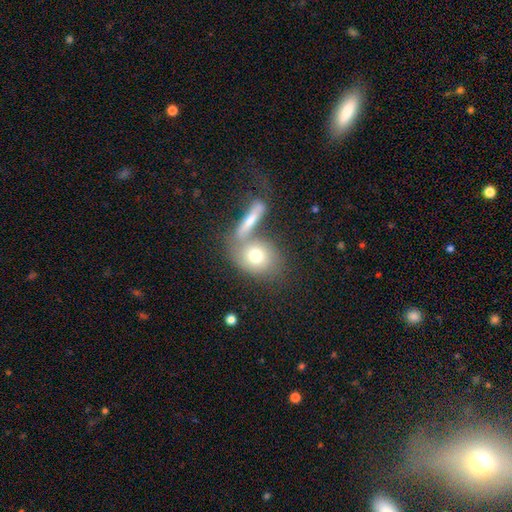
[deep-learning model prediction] smooth-or-featured: smooth: 70% | featured or disk: 21% | star or artifact: 9%
  how-rounded: round: 61% | in between: 36% | cigar-shaped: 4%
  merging: none: 48% | merger: 35% | minor disturbance: 11% | major disturbance: 6%